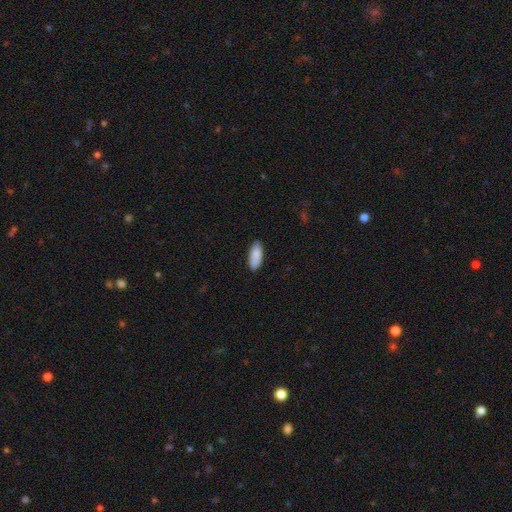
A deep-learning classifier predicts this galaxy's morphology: Smooth or featured: smooth — 87% (featured or disk — 8%)
How rounded: in between — 83% (cigar-shaped — 16%)
Merging: none — 87% (minor disturbance — 10%)